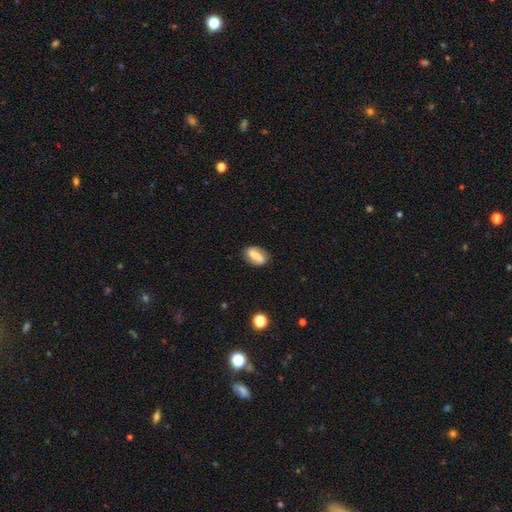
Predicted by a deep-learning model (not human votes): A featured or disk galaxy (57%) with a strong bar (61%), spiral arms (78%) and a small central bulge (34%).

Vote fractions:
- Smooth or featured? featured or disk: 57% / smooth: 35% / star or artifact: 8%
- Edge-on disk? no: 93% / yes: 7%
- Bar? strong: 61% / weak: 25% / no: 14%
- Spiral arms? yes: 78% / no: 22%
- Bulge size? small: 34% / moderate: 31% / none: 23% / large: 9% / dominant: 3%
- Merging? none: 82% / minor disturbance: 13% / major disturbance: 4% / merger: 2%